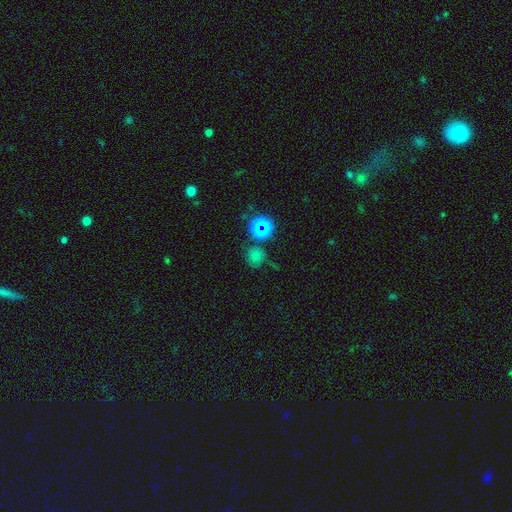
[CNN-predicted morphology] smooth_or_featured: smooth (p=0.66) [alt: star or artifact p=0.27]
how_rounded: round (p=0.86) [alt: in between p=0.13]
merging: none (p=0.71) [alt: minor disturbance p=0.14]